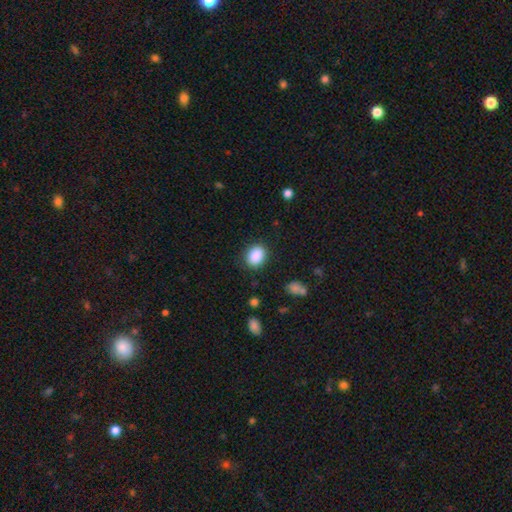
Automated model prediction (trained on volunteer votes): Q: Smooth or featured?
A: smooth (88%); runner-up: star or artifact (8%)
Q: How rounded?
A: in between (63%); runner-up: round (36%)
Q: Merging?
A: none (85%); runner-up: minor disturbance (11%)